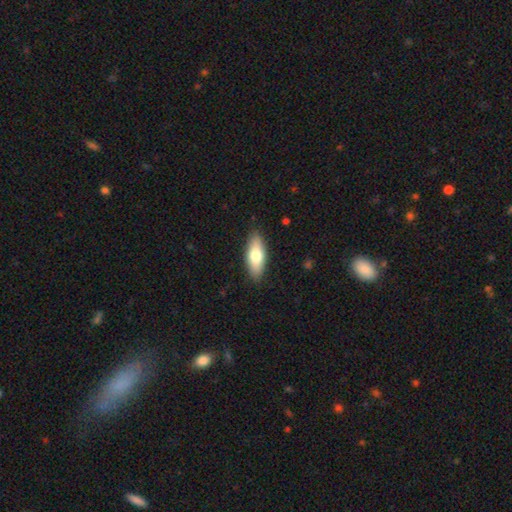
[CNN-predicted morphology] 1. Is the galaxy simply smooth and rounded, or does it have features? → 72% smooth, 22% featured or disk, 6% star or artifact.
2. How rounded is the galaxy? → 73% in between, 25% cigar-shaped, 2% round.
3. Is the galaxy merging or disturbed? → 88% none, 9% minor disturbance, 2% major disturbance, 1% merger.